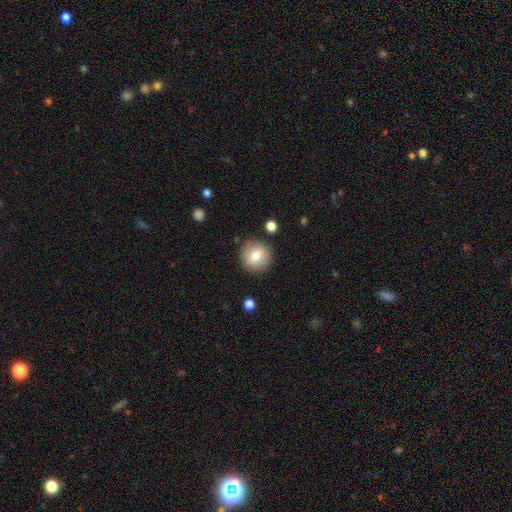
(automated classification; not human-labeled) The model was most divided on "smooth or featured": smooth: 76%, featured or disk: 15%, star or artifact: 9%. More confident: how rounded — round (92%); merging — none (87%).